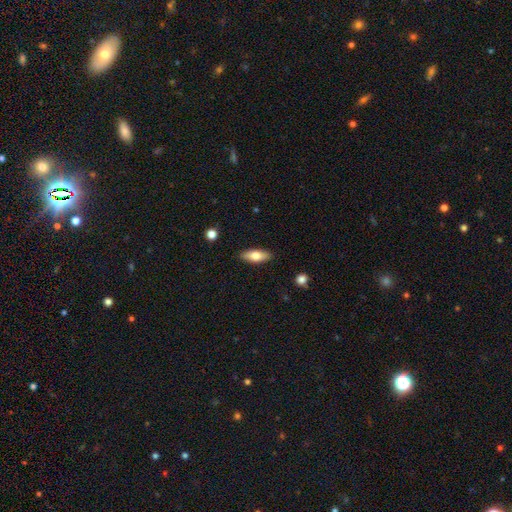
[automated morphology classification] Smooth or featured? Predicted: smooth (p=0.72). How rounded? Predicted: in between (p=0.71). Merging? Predicted: none (p=0.89).